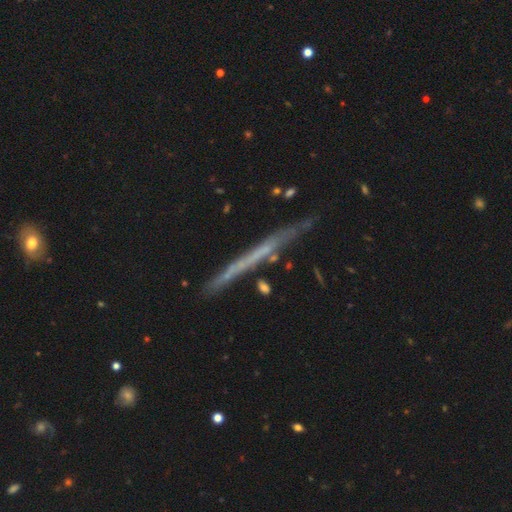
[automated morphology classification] Smooth or featured?
  - featured or disk: 59% *
  - smooth: 33%
  - star or artifact: 8%
Edge-on disk?
  - yes: 96% *
  - no: 4%
Edge-on bulge?
  - none: 91% *
  - rounded: 6%
  - boxy: 3%
Merging?
  - none: 83% *
  - minor disturbance: 12%
  - merger: 2%
  - major disturbance: 2%